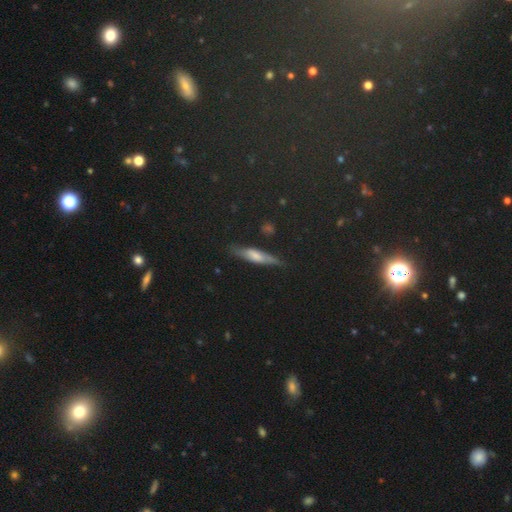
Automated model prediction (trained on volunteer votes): Morphology: type=smooth (51%); roundness=cigar-shaped (73%); merging=none (75%).